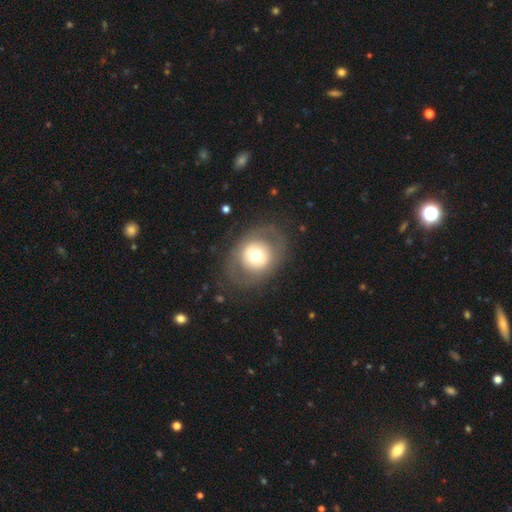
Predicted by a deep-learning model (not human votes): Smooth or featured? Predicted: smooth (p=0.52). How rounded? Predicted: round (p=0.59). Merging? Predicted: none (p=0.76).